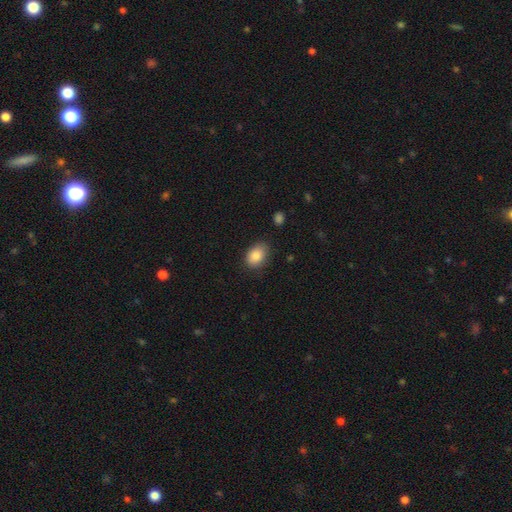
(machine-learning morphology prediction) This is clearly a smooth galaxy (86%). How rounded: likely in between (76%). Merging: likely none (79%).